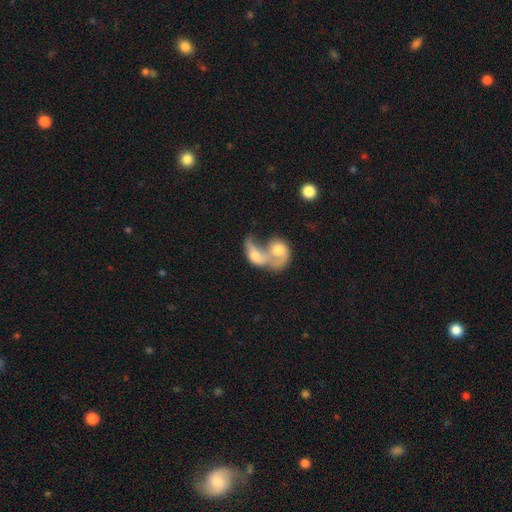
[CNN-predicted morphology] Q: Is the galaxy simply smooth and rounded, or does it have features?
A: smooth — 47%.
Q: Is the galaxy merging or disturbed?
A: merger — 83%.